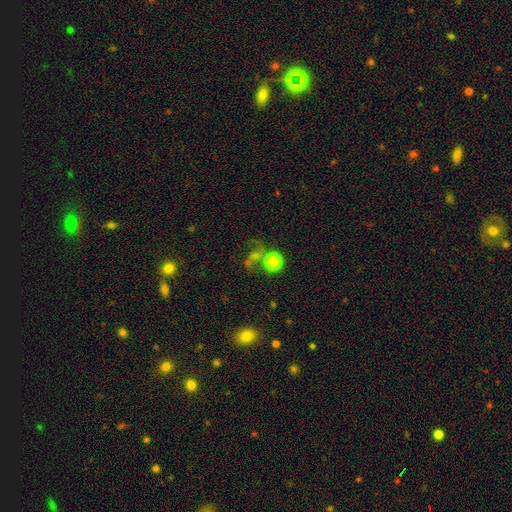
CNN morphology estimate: Overall: smooth (47%; star or artifact 35%). Merging: none (50%; merger 19%).